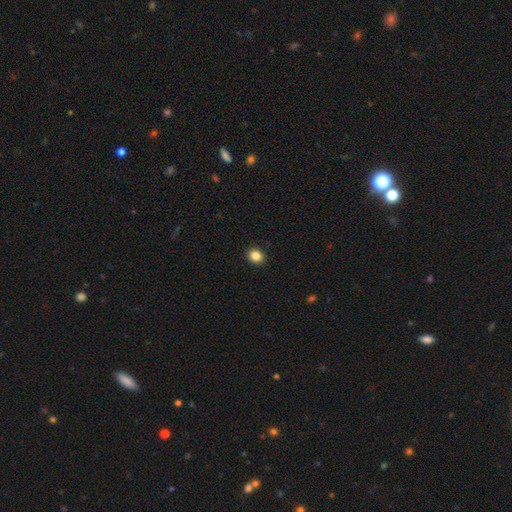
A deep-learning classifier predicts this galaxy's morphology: Smooth or featured: smooth — 85% (star or artifact — 11%)
How rounded: round — 71% (in between — 28%)
Merging: none — 92% (minor disturbance — 5%)